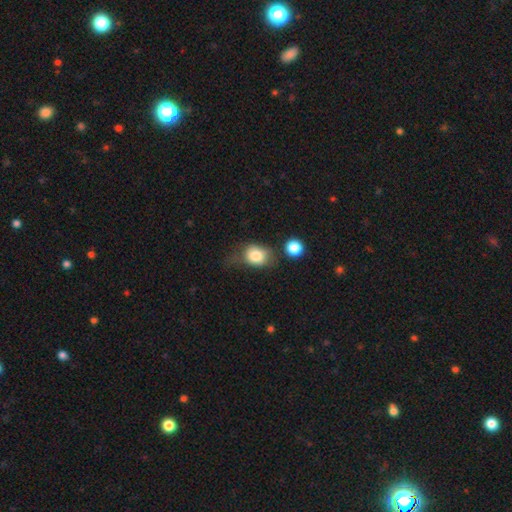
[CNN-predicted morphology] This appears to be a smooth galaxy with no disk features (80%) that is in between round and cigar-shaped (51%). Merging: none (40%).